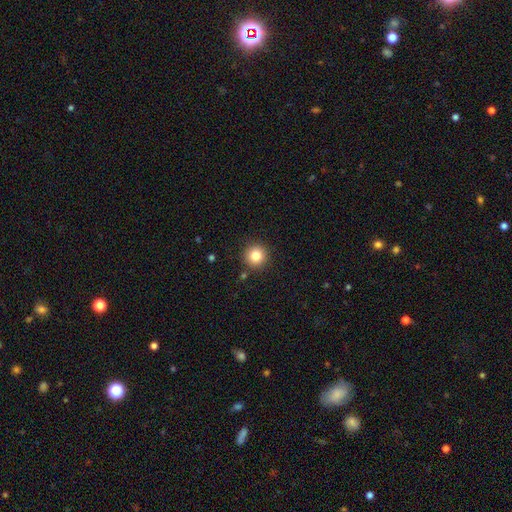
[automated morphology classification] Smooth or featured: smooth — 82% (star or artifact — 11%)
How rounded: round — 95% (in between — 4%)
Merging: none — 90% (minor disturbance — 6%)